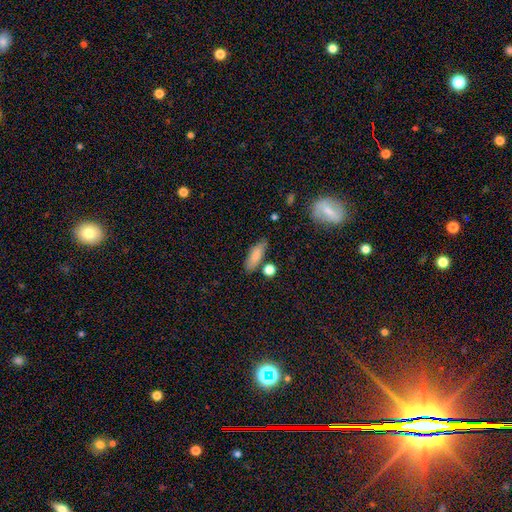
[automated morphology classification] A smooth galaxy with no disk features (82%) that is in between round and cigar-shaped (66%).

Vote fractions:
- Smooth or featured? smooth: 82% / featured or disk: 11% / star or artifact: 7%
- How rounded? in between: 66% / cigar-shaped: 30% / round: 4%
- Merging? none: 75% / minor disturbance: 15% / merger: 7% / major disturbance: 4%